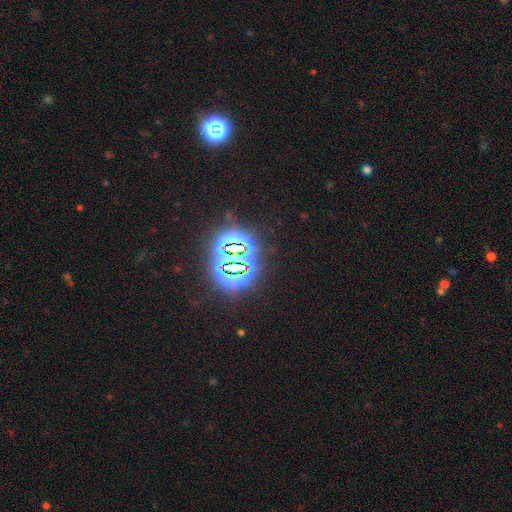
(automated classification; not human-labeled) This appears to be a star or artifact, not a galaxy (80%).